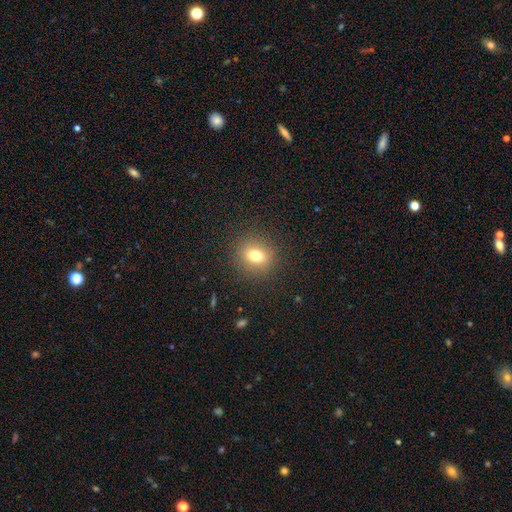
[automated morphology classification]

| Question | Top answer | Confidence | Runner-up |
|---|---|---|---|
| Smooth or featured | smooth | 75% | star or artifact (14%) |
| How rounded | round | 73% | in between (25%) |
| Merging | none | 88% | minor disturbance (8%) |